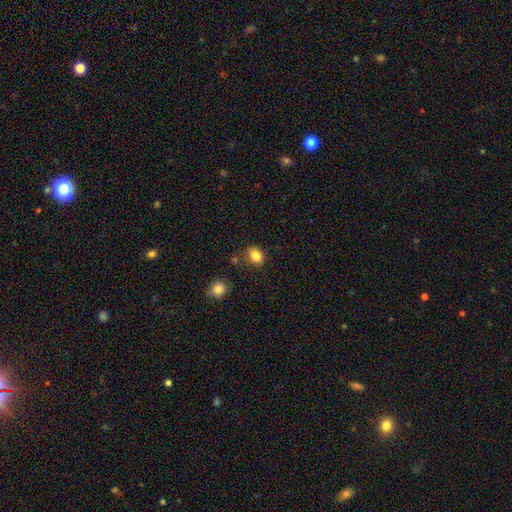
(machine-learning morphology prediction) smooth_or_featured: smooth (p=0.84) [alt: star or artifact p=0.10]
how_rounded: in between (p=0.56) [alt: round p=0.42]
merging: none (p=0.76) [alt: minor disturbance p=0.15]